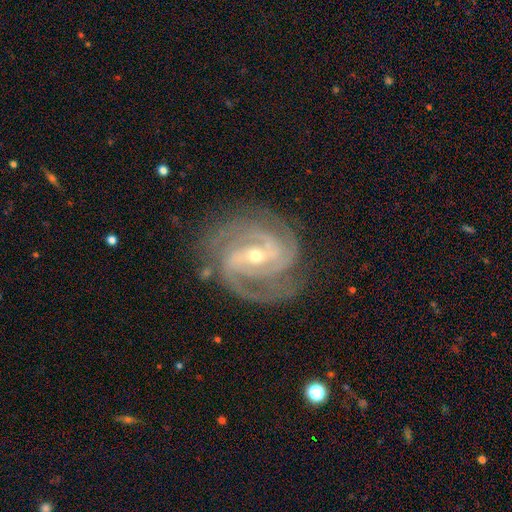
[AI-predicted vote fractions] Q: Smooth or featured?
A: featured or disk (92%); runner-up: star or artifact (5%)
Q: Edge-on disk?
A: no (97%); runner-up: yes (3%)
Q: Bar?
A: strong (41%); tied with: weak (41%)
Q: Spiral arms?
A: yes (99%); runner-up: no (1%)
Q: Spiral winding?
A: tight (55%); runner-up: medium (40%)
Q: Spiral arm count?
A: 3 (41%); runner-up: 2 (28%)
Q: Bulge size?
A: small (58%); runner-up: moderate (39%)
Q: Merging?
A: none (77%); runner-up: minor disturbance (15%)